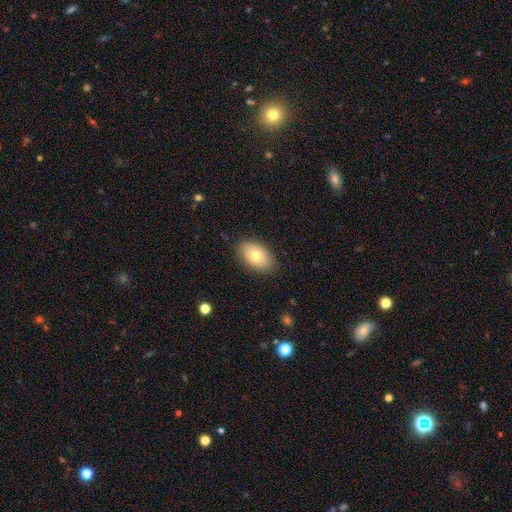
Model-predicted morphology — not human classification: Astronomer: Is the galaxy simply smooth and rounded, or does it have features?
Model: smooth — 75%.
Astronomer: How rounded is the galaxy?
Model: in between — 88%.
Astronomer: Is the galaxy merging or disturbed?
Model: none — 85%.